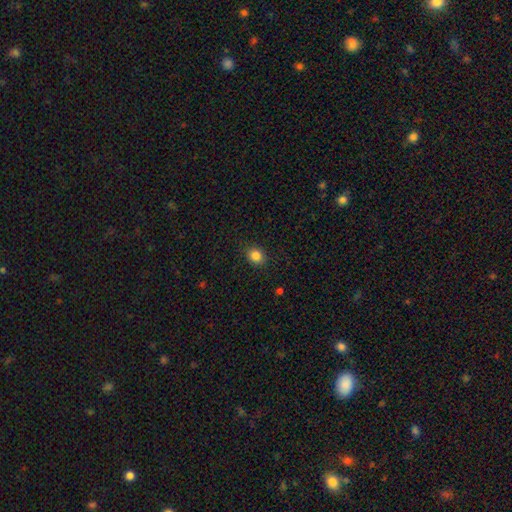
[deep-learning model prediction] smooth_or_featured: smooth (p=0.85) [alt: star or artifact p=0.11]
how_rounded: round (p=0.66) [alt: in between p=0.33]
merging: none (p=0.90) [alt: minor disturbance p=0.07]